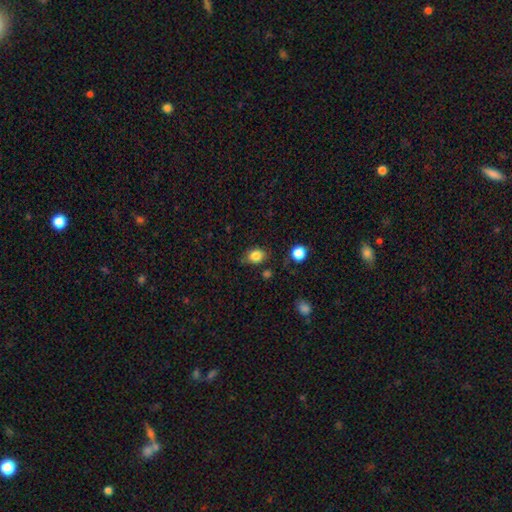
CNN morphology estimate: This is clearly a smooth galaxy (83%). How rounded: possibly round (51%). Merging: likely none (76%).